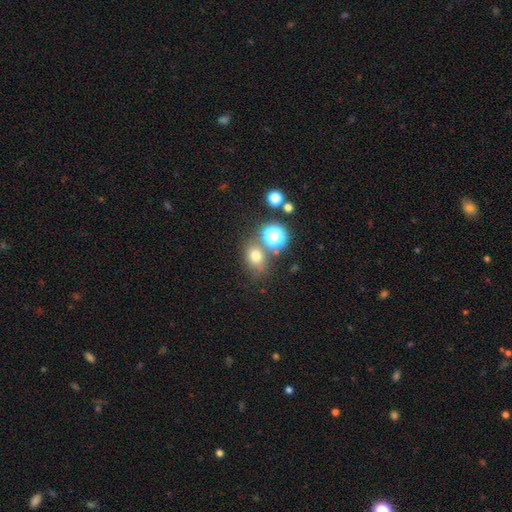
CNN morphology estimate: This appears to be a smooth galaxy with no disk features (71%) that is round (54%). Merging: none (66%).